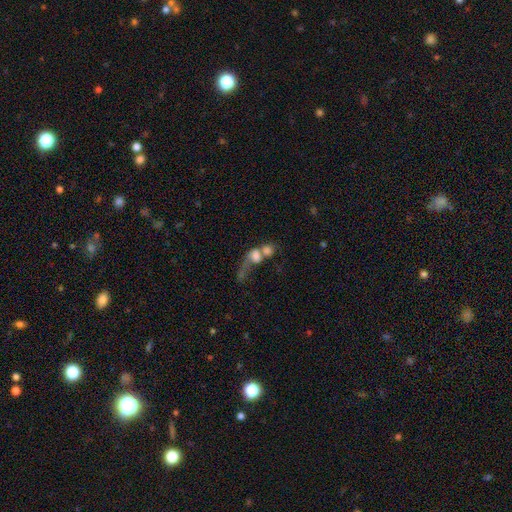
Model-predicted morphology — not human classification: smooth-or-featured: smooth: 55% | featured or disk: 33% | star or artifact: 11%
  how-rounded: in between: 55% | round: 40% | cigar-shaped: 5%
  merging: merger: 69% | major disturbance: 17% | none: 9% | minor disturbance: 5%